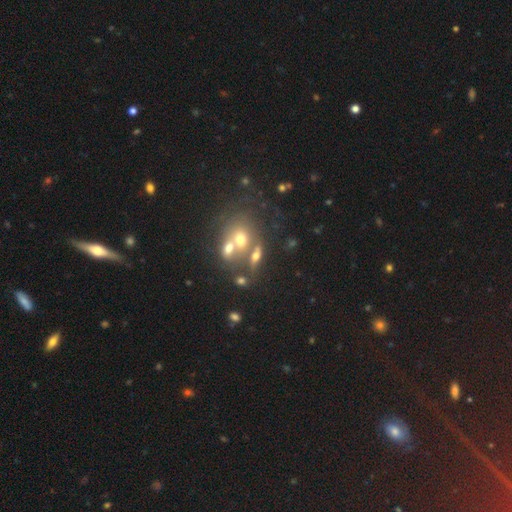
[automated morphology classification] The model was most divided on "merging": merger: 43%, none: 40%, minor disturbance: 10%, major disturbance: 7%. More confident: how rounded — in between (59%); smooth or featured — smooth (53%).